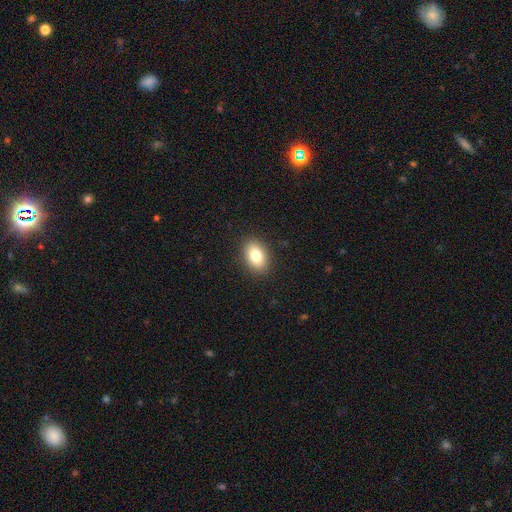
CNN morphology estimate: smooth 81%, featured or disk 10%, star or artifact 9%. Down the decision tree: how rounded — in between (83%); merging — none (89%).